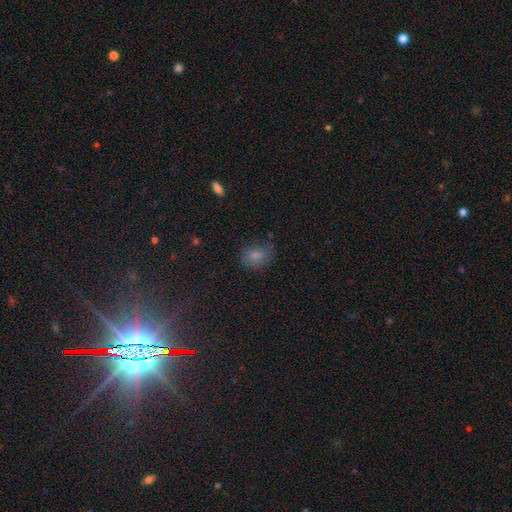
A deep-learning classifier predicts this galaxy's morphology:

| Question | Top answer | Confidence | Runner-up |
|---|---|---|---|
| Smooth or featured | smooth | 78% | star or artifact (12%) |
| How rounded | in between | 54% | round (45%) |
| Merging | none | 65% | minor disturbance (25%) |